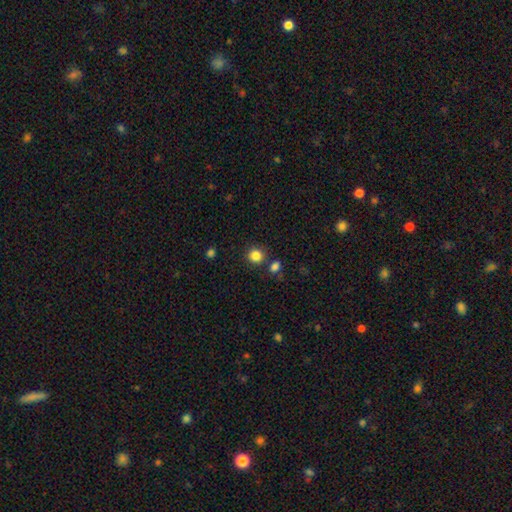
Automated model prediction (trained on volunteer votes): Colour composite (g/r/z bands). It shows a smooth galaxy with no disk features (84%) that is round (90%). Merging: none (82%).